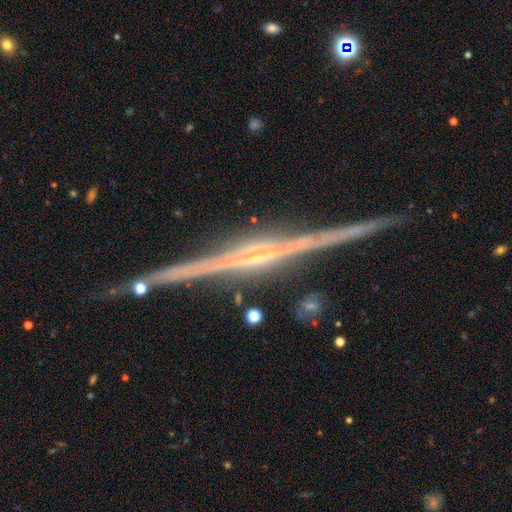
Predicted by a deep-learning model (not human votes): smooth-or-featured: featured or disk: 90% | star or artifact: 6% | smooth: 4%
  disk-edge-on: yes: 98% | no: 2%
    edge-on-bulge: rounded: 54% | boxy: 27% | none: 19%
  merging: none: 88% | minor disturbance: 8% | merger: 2% | major disturbance: 2%